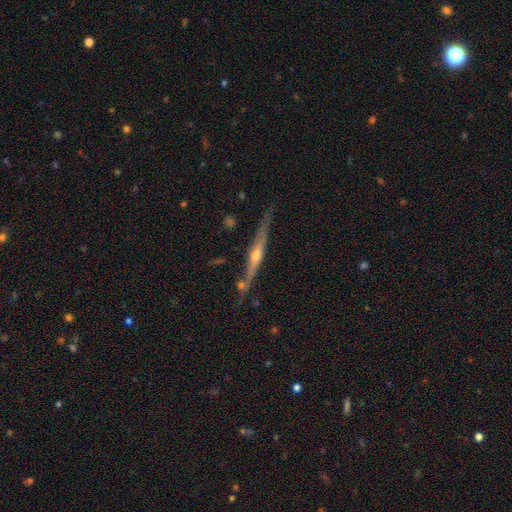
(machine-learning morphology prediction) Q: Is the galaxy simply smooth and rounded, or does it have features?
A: featured or disk — 75%.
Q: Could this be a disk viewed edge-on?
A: yes — 95%.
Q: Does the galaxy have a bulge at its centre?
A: rounded — 83%.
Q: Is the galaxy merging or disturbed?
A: none — 72%.